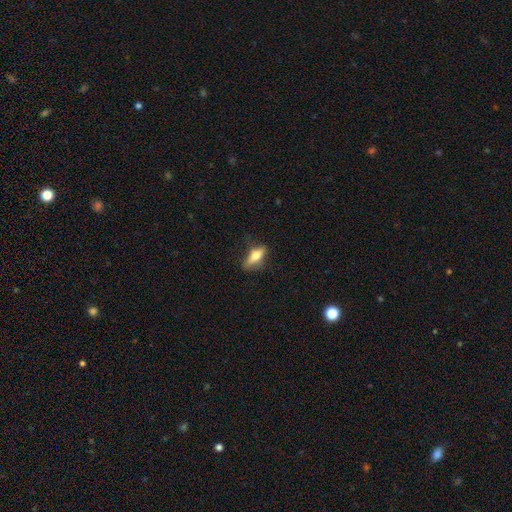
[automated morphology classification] smooth 58%, featured or disk 34%, star or artifact 7%. Down the decision tree: how rounded — in between (59%); merging — none (65%).